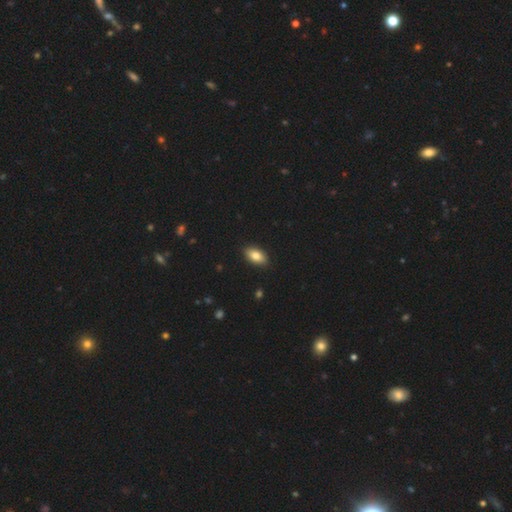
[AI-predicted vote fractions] The model was most divided on "smooth or featured": smooth: 83%, featured or disk: 10%, star or artifact: 7%. More confident: how rounded — in between (92%); merging — none (89%).